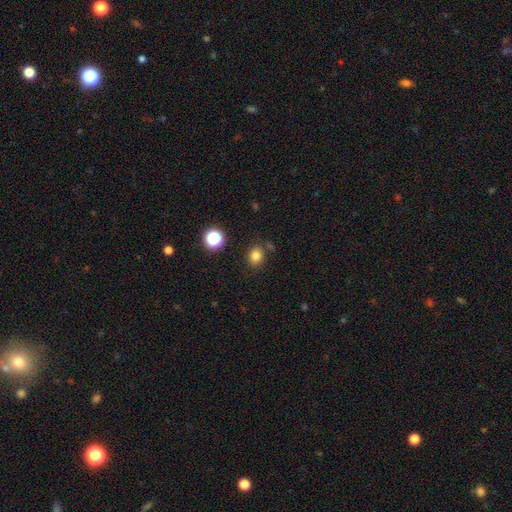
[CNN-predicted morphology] This is clearly a smooth galaxy (81%). How rounded: likely round (71%). Merging: clearly none (81%).